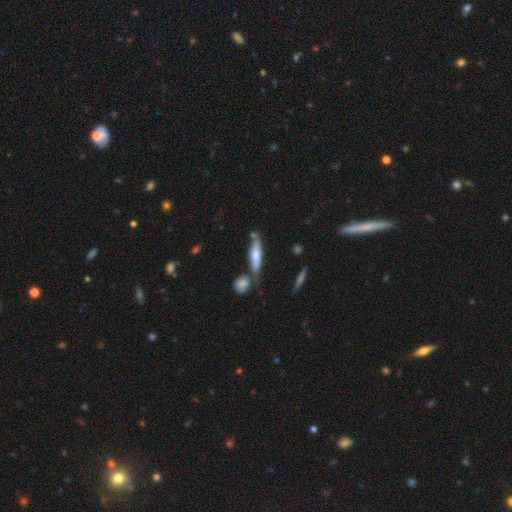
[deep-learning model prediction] smooth-or-featured: smooth: 59% | featured or disk: 35% | star or artifact: 6%
  how-rounded: cigar-shaped: 78% | in between: 20% | round: 2%
  merging: none: 59% | merger: 20% | minor disturbance: 16% | major disturbance: 4%